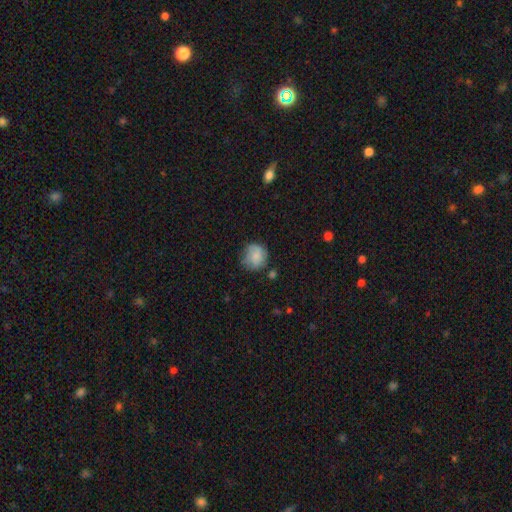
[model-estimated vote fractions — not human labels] Smooth or featured?
  - smooth: 80% *
  - featured or disk: 12%
  - star or artifact: 8%
How rounded?
  - round: 84% *
  - in between: 15%
  - cigar-shaped: 1%
Merging?
  - none: 64% *
  - minor disturbance: 25%
  - major disturbance: 7%
  - merger: 4%